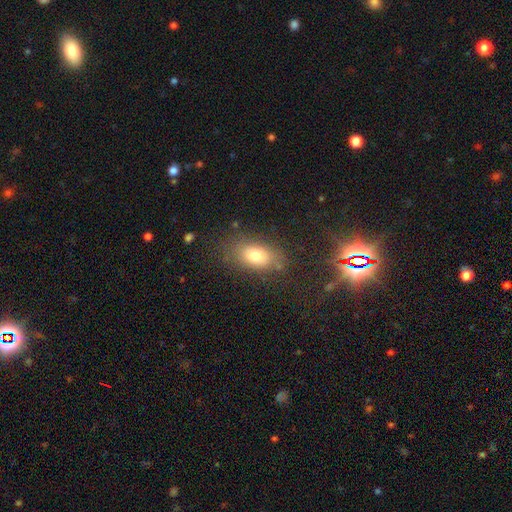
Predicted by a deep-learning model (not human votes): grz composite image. It shows a smooth galaxy with no disk features (76%) that is in between round and cigar-shaped (82%). Merging: none (76%).